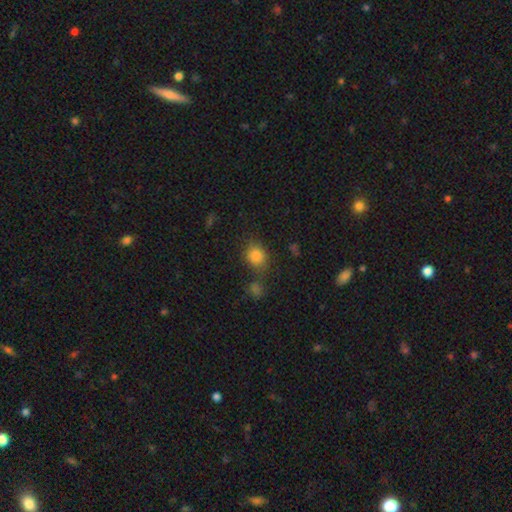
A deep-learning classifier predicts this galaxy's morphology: Q: Smooth or featured?
A: smooth (83%); runner-up: star or artifact (12%)
Q: How rounded?
A: round (69%); runner-up: in between (30%)
Q: Merging?
A: none (66%); runner-up: merger (15%)